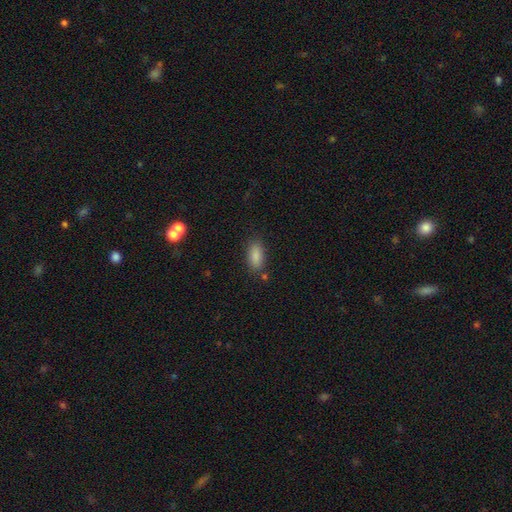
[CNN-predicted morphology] smooth-or-featured: smooth: 87% | star or artifact: 8% | featured or disk: 5%
  how-rounded: in between: 86% | cigar-shaped: 11% | round: 3%
  merging: none: 81% | minor disturbance: 12% | merger: 4% | major disturbance: 4%